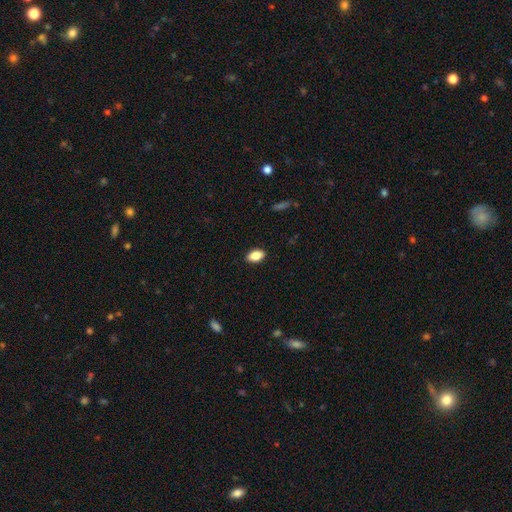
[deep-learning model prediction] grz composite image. It shows a smooth galaxy with no disk features (84%) that is in between round and cigar-shaped (91%). Merging: none (89%).